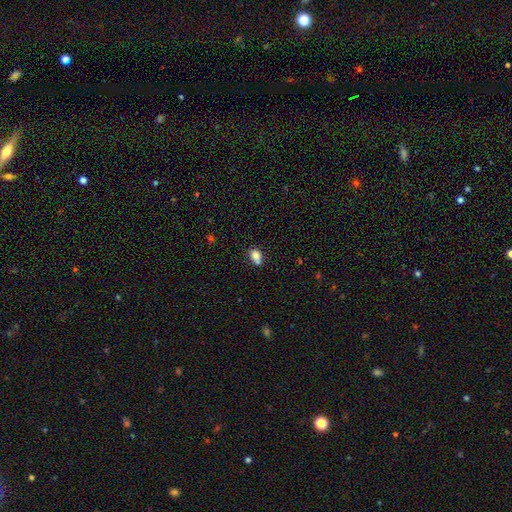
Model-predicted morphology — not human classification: smooth-or-featured: smooth: 78% | featured or disk: 12% | star or artifact: 11%
  how-rounded: in between: 62% | round: 36% | cigar-shaped: 1%
  merging: none: 47% | merger: 29% | minor disturbance: 19% | major disturbance: 5%